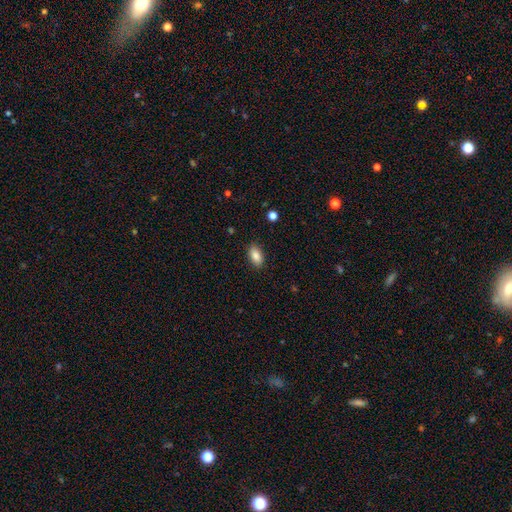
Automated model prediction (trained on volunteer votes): smooth_or_featured: smooth (p=0.87) [alt: star or artifact p=0.08]
how_rounded: in between (p=0.92) [alt: round p=0.05]
merging: none (p=0.88) [alt: minor disturbance p=0.09]